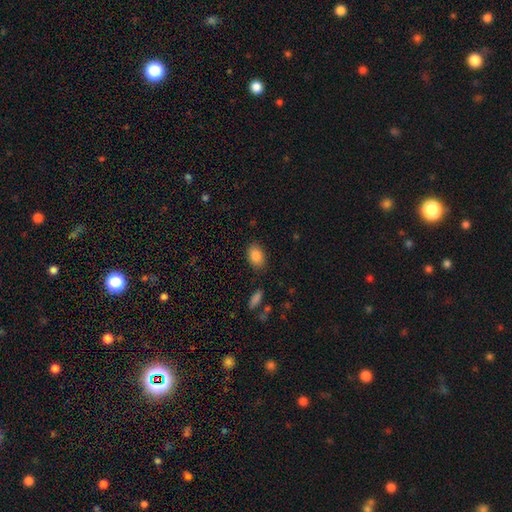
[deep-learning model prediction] smooth_or_featured: smooth (p=0.87) [alt: star or artifact p=0.08]
how_rounded: in between (p=0.85) [alt: round p=0.13]
merging: none (p=0.84) [alt: minor disturbance p=0.11]